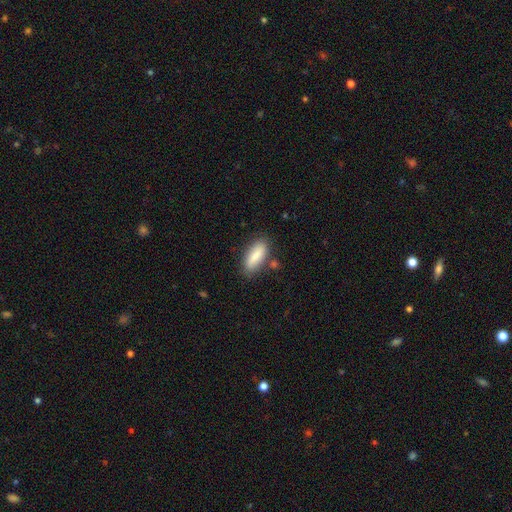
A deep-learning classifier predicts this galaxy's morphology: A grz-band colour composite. It shows a smooth galaxy with no disk features (83%) that is in between round and cigar-shaped (69%). Merging: none (79%).